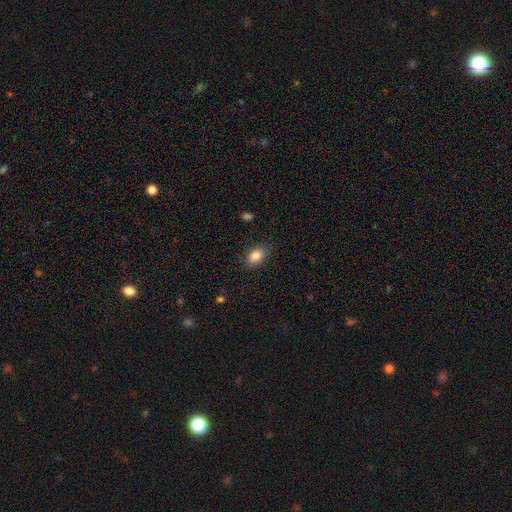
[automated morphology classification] This appears to be a smooth galaxy with no disk features (85%) that is in between round and cigar-shaped (85%). Merging: none (85%).